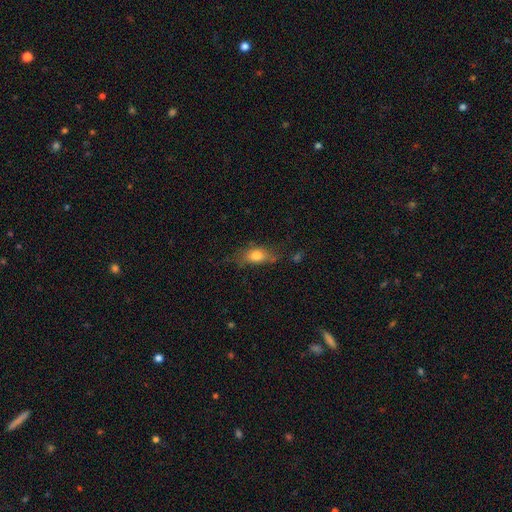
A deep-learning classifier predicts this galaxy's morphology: Smooth or featured? Predicted: smooth (p=0.74). How rounded? Predicted: in between (p=0.79). Merging? Predicted: none (p=0.58).